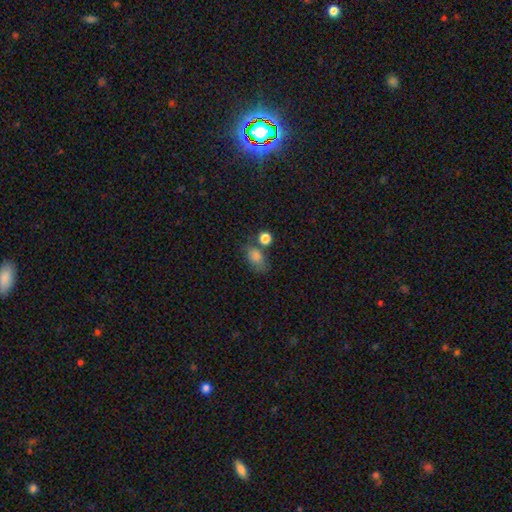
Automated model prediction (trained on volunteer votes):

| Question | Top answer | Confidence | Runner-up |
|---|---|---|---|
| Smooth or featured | smooth | 79% | star or artifact (12%) |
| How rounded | in between | 76% | round (22%) |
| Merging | none | 52% | minor disturbance (20%) |